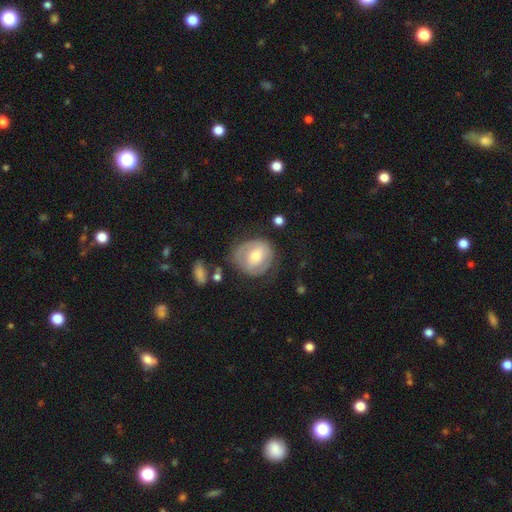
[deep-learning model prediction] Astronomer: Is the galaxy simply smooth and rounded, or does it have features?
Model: featured or disk — 50% (runner-up: smooth, 44%).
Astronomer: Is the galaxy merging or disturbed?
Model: none — 63%.